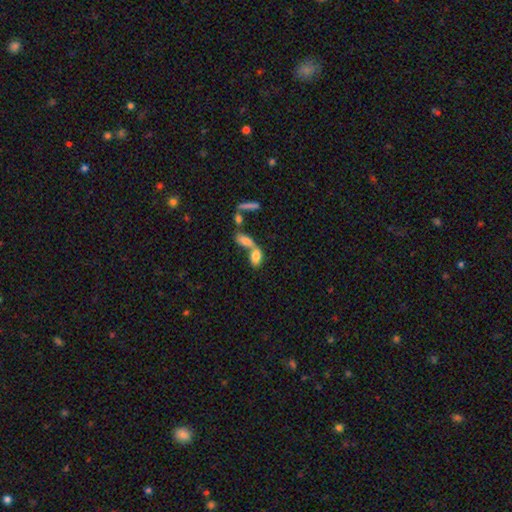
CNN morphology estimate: Smooth or featured? smooth (76%)
How rounded? in between (83%)
Merging? merger (64%)